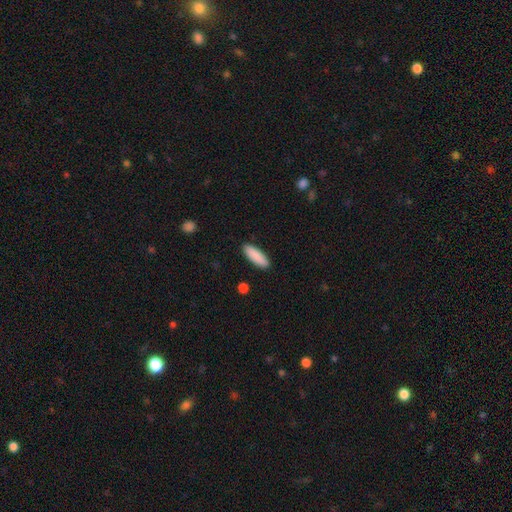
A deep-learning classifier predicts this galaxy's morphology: type=smooth (90%); roundness=in between (53%); merging=none (90%).